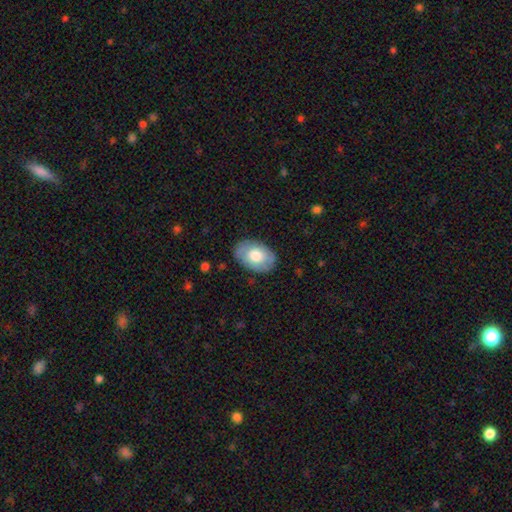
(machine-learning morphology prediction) Q: Smooth or featured?
A: smooth (68%); runner-up: featured or disk (26%)
Q: How rounded?
A: in between (87%); runner-up: round (12%)
Q: Merging?
A: none (82%); runner-up: minor disturbance (14%)